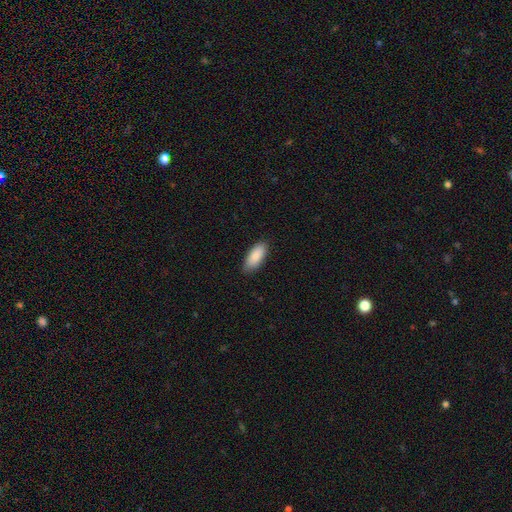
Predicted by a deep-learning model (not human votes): smooth-or-featured: smooth: 90% | star or artifact: 6% | featured or disk: 5%
  how-rounded: in between: 84% | cigar-shaped: 15% | round: 2%
  merging: none: 87% | minor disturbance: 11% | major disturbance: 2% | merger: 1%